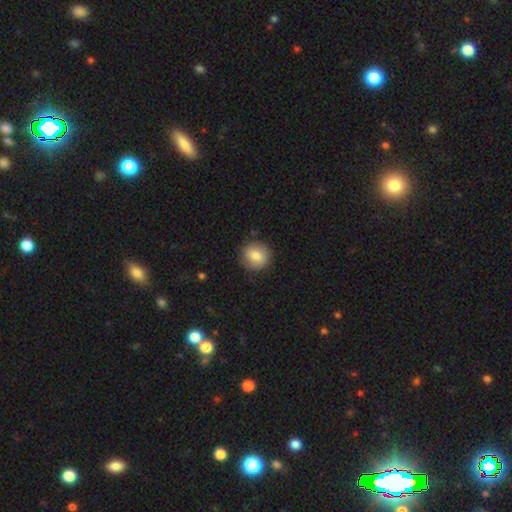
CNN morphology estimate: The model was most divided on "smooth or featured": smooth: 80%, featured or disk: 11%, star or artifact: 8%. More confident: merging — none (87%); how rounded — round (87%).